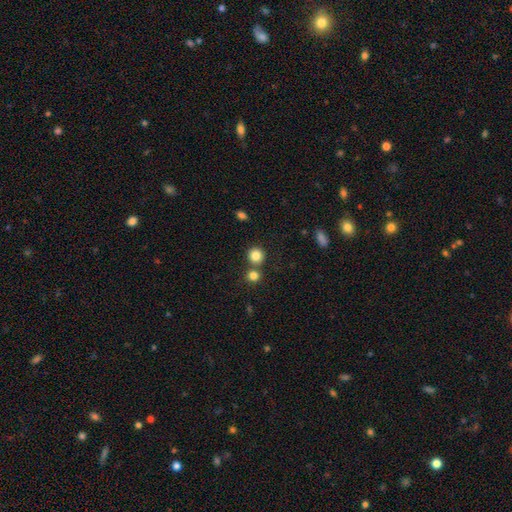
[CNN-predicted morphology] The model was most divided on "merging": none: 71%, merger: 19%, minor disturbance: 7%, major disturbance: 3%. More confident: how rounded — round (91%); smooth or featured — smooth (83%).